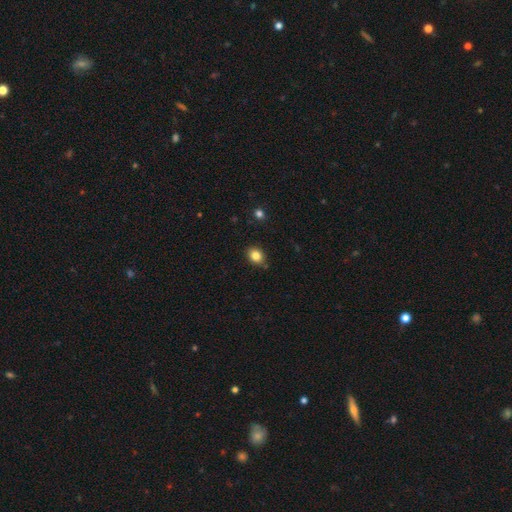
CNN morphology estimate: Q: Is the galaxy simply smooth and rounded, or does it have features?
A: smooth — 84%.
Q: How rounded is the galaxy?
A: round — 50%.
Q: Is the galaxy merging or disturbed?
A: none — 83%.